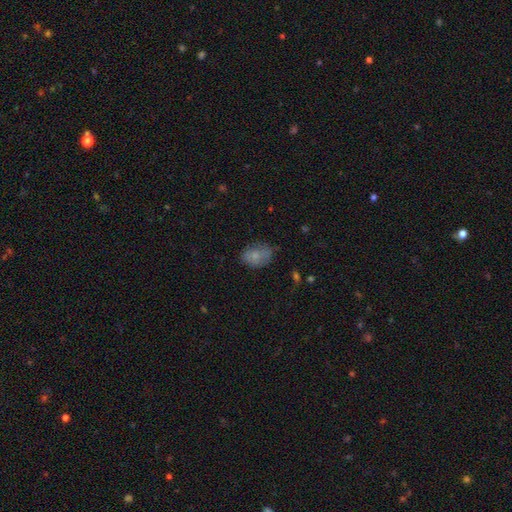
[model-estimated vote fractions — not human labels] Smooth or featured: smooth — 76% (featured or disk — 15%)
How rounded: in between — 76% (round — 22%)
Merging: none — 61% (minor disturbance — 28%)